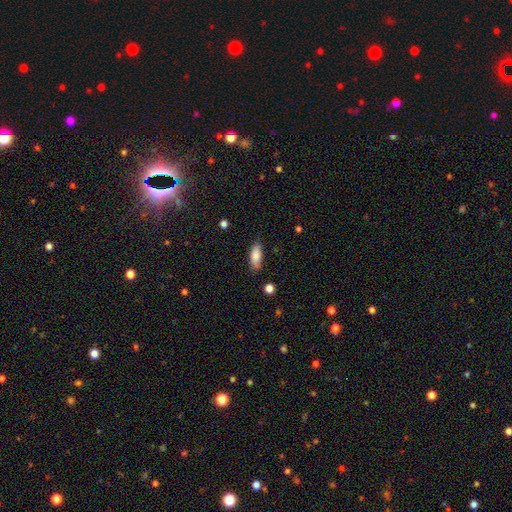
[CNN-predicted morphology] Overall: smooth (86%). How rounded: in between (77%). Merging: none (80%).